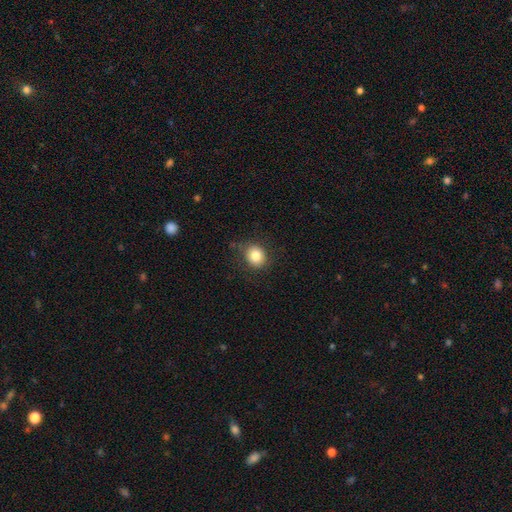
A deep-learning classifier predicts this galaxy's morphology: A smooth galaxy with no disk features (83%) that is round (73%). Merging: none (83%).